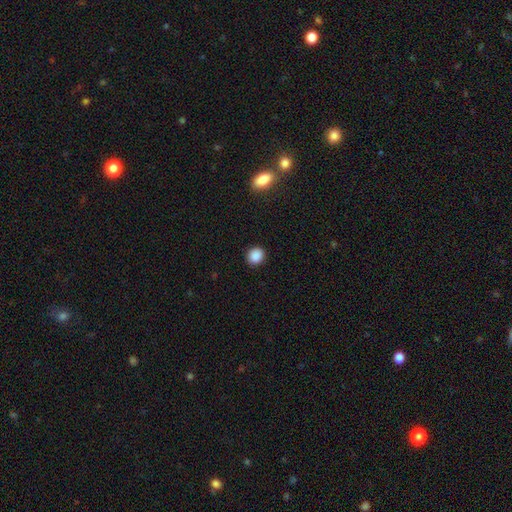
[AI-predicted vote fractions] Smooth or featured: smooth — 88% (star or artifact — 9%)
How rounded: round — 82% (in between — 17%)
Merging: none — 91% (minor disturbance — 6%)